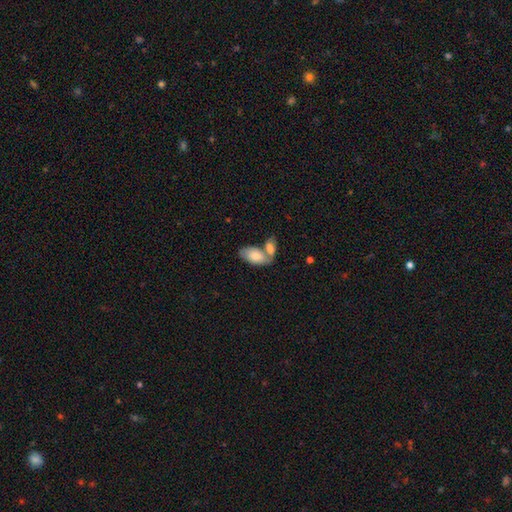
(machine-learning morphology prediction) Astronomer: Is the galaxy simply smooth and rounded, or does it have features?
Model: smooth — 76%.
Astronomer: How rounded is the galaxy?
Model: in between — 94%.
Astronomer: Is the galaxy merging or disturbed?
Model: merger — 54% (runner-up: none, 31%).